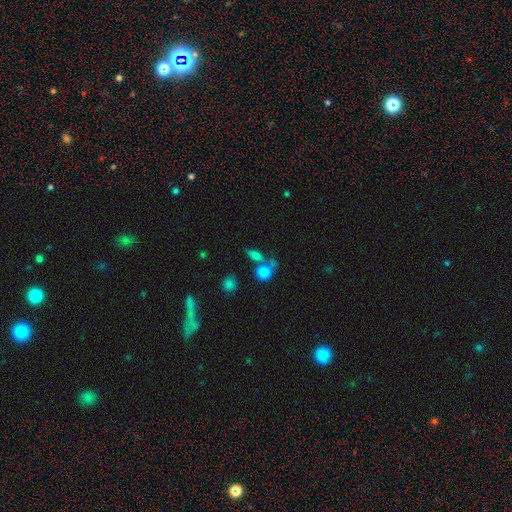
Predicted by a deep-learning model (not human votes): Overall: smooth (72%). How rounded: in between (54%; round 31%). Merging: none (53%; merger 27%).